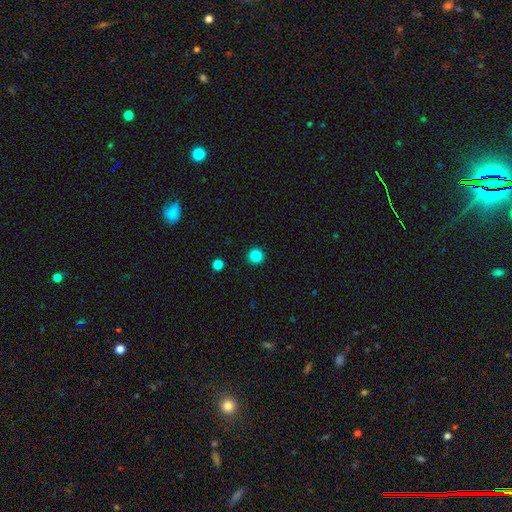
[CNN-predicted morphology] type=smooth (86%); roundness=round (95%); merging=none (92%).